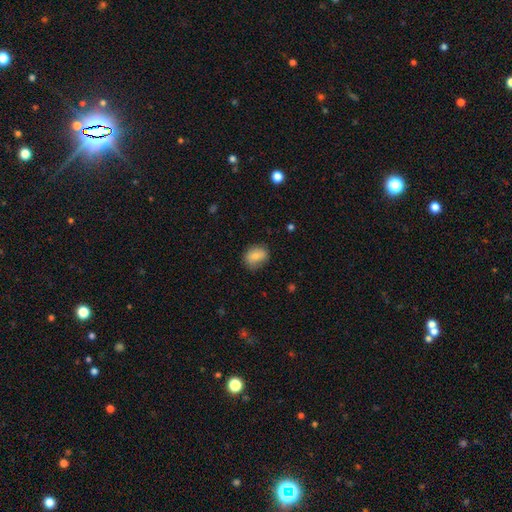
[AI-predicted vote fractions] smooth_or_featured: smooth (p=0.77) [alt: featured or disk p=0.15]
how_rounded: round (p=0.50) [alt: in between p=0.49]
merging: none (p=0.73) [alt: minor disturbance p=0.21]